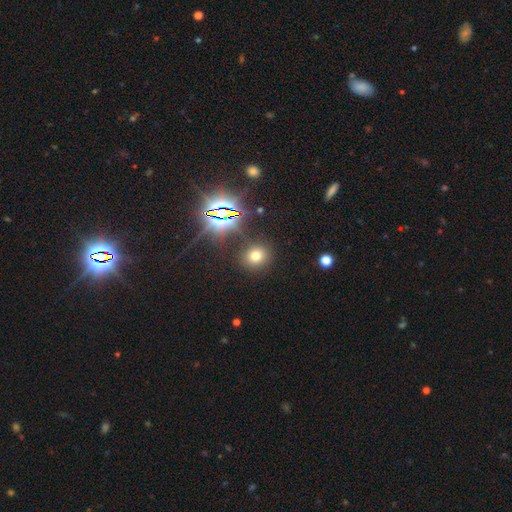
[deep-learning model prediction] A smooth galaxy with no disk features (66%) that is round (80%).

Vote fractions:
- Smooth or featured? smooth: 66% / star or artifact: 25% / featured or disk: 8%
- How rounded? round: 80% / in between: 19% / cigar-shaped: 1%
- Merging? none: 86% / minor disturbance: 7% / major disturbance: 3% / merger: 3%